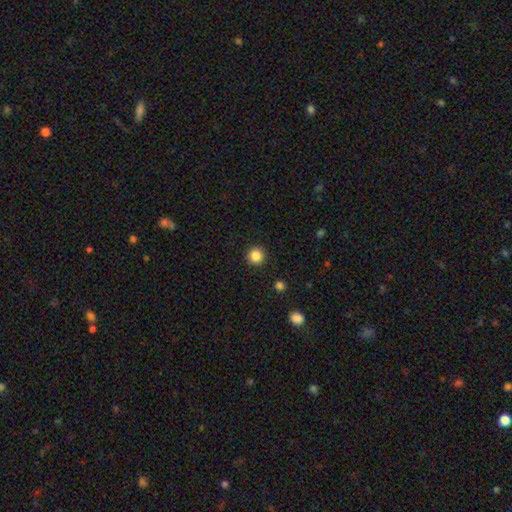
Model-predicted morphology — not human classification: This is clearly a smooth galaxy (86%). How rounded: clearly round (96%). Merging: clearly none (93%).